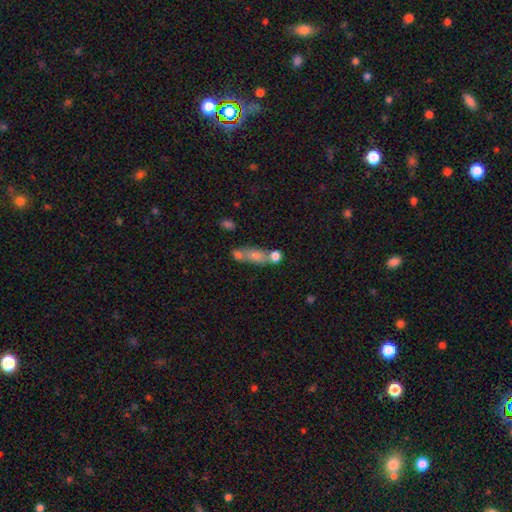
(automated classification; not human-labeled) Smooth or featured: smooth — 68% (featured or disk — 20%)
How rounded: in between — 58% (cigar-shaped — 25%)
Merging: merger — 47% (none — 33%)